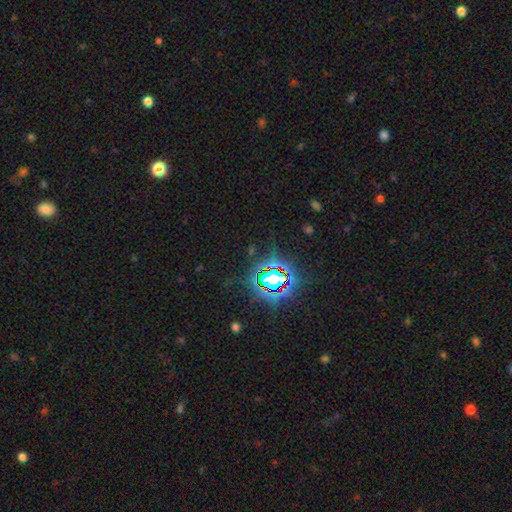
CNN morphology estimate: type=star or artifact (81%).